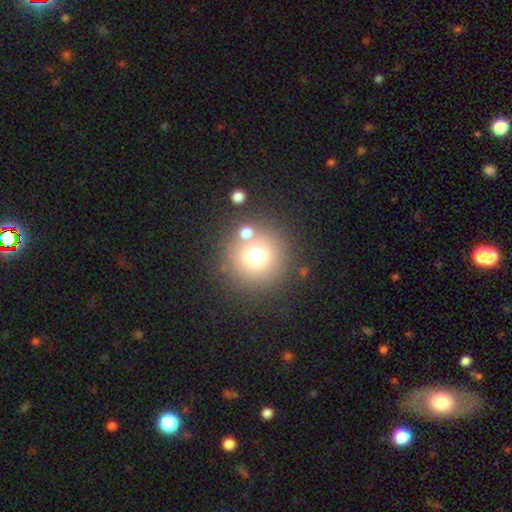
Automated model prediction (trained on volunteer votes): Overall: smooth (69%). How rounded: round (94%). Merging: none (75%).